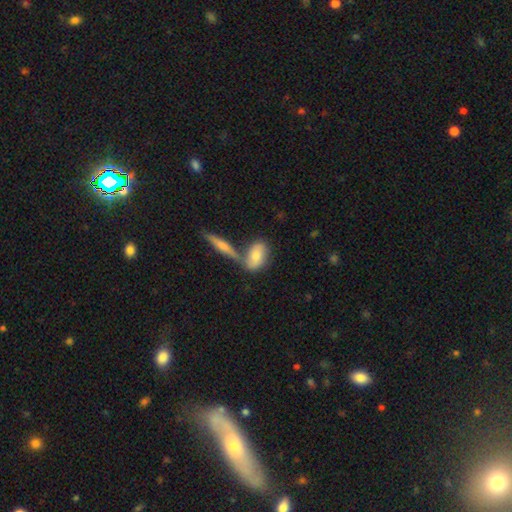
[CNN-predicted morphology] Smooth or featured: smooth — 68% (featured or disk — 25%)
How rounded: in between — 81% (cigar-shaped — 11%)
Merging: none — 45% (merger — 39%)